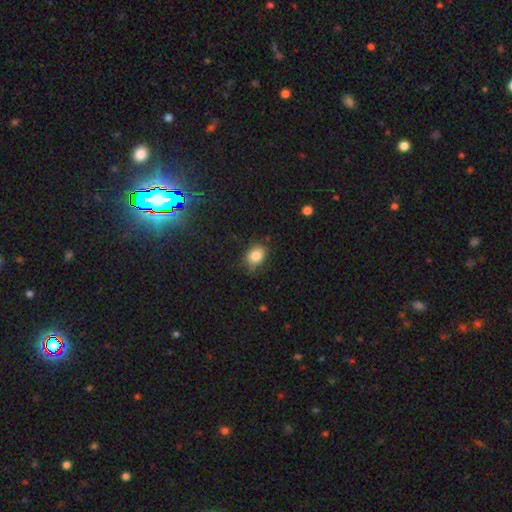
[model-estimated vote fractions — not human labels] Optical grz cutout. It shows a smooth galaxy with no disk features (83%) that is in between round and cigar-shaped (61%). Merging: none (70%).